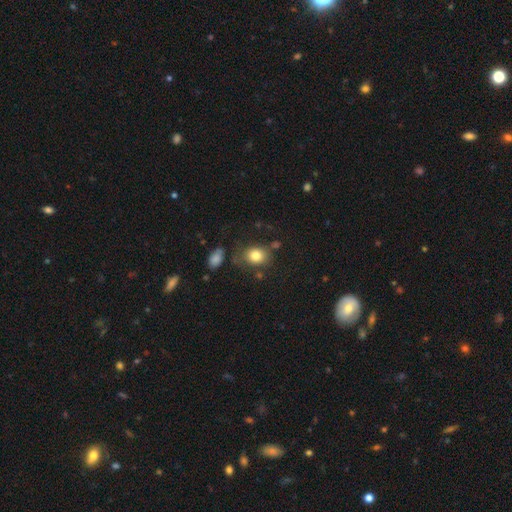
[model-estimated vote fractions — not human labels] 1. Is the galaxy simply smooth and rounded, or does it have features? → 81% smooth, 10% star or artifact, 9% featured or disk.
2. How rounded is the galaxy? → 50% in between, 49% round, 1% cigar-shaped.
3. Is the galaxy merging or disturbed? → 71% none, 17% minor disturbance, 6% major disturbance, 6% merger.